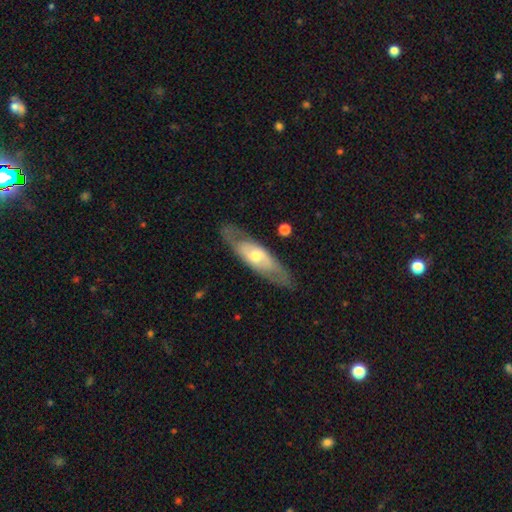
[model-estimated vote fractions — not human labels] Smooth or featured?
  - featured or disk: 62% *
  - smooth: 33%
  - star or artifact: 5%
Edge-on disk?
  - no: 68% *
  - yes: 32%
Merging?
  - none: 81% *
  - minor disturbance: 13%
  - major disturbance: 5%
  - merger: 1%